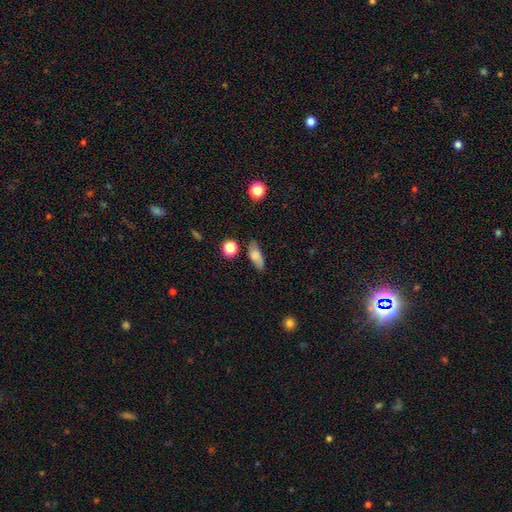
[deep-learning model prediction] Overall: smooth (76%). How rounded: in between (70%). Merging: none (73%).